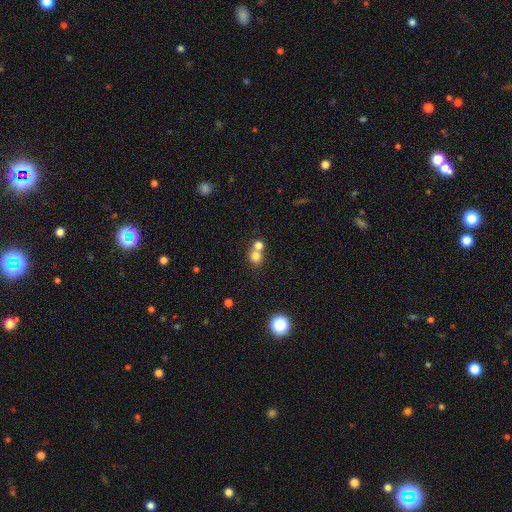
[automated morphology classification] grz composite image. It shows a smooth galaxy with no disk features (77%) that is round (80%). Merging: none (47%).